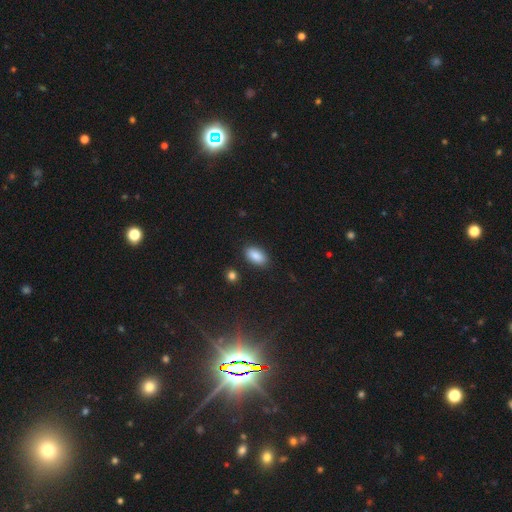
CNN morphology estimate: A smooth galaxy with no disk features (87%) that is in between round and cigar-shaped (93%). Merging: none (86%).